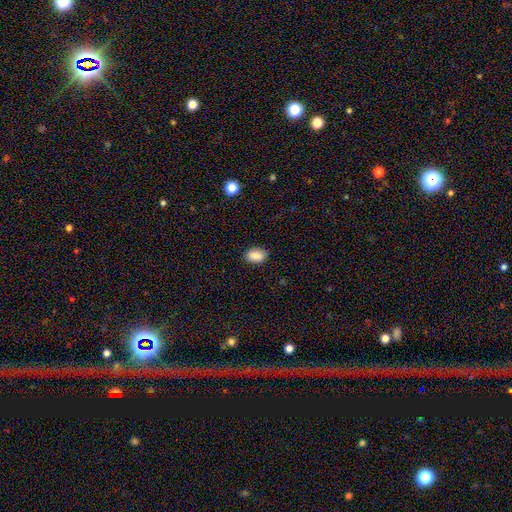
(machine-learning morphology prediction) Overall: smooth (88%). How rounded: in between (87%). Merging: none (86%).